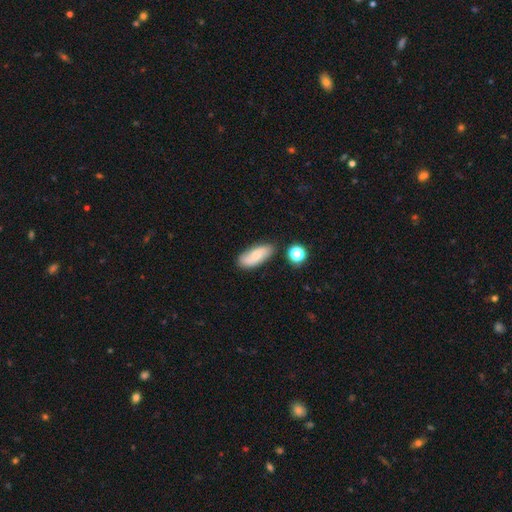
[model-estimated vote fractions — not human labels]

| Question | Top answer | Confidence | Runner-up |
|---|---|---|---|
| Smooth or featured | smooth | 65% | featured or disk (27%) |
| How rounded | in between | 79% | cigar-shaped (17%) |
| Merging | none | 75% | minor disturbance (15%) |